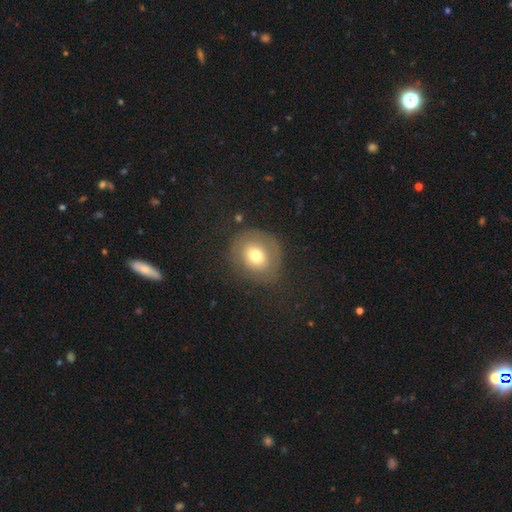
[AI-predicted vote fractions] smooth 65%, featured or disk 24%, star or artifact 11%. Down the decision tree: how rounded — round (69%); merging — none (70%).